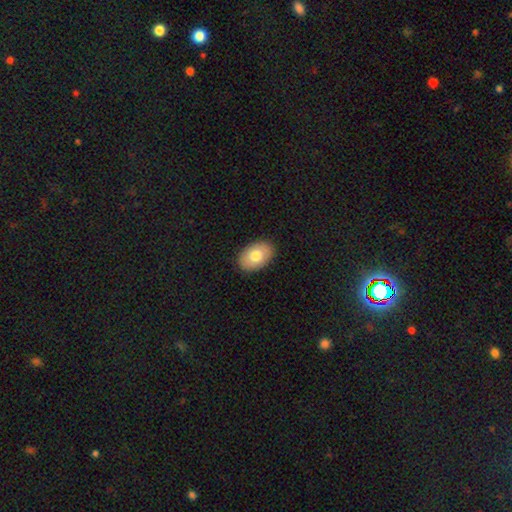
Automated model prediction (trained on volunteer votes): Smooth or featured? smooth (75%)
How rounded? in between (86%)
Merging? none (89%)